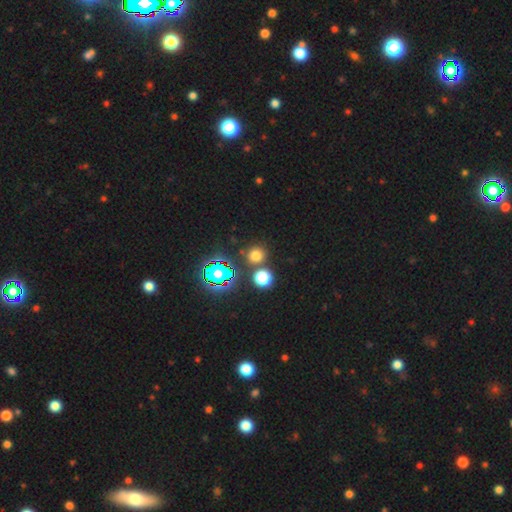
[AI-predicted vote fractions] Q: Smooth or featured?
A: smooth (66%); runner-up: star or artifact (27%)
Q: How rounded?
A: round (90%); runner-up: in between (9%)
Q: Merging?
A: none (80%); runner-up: merger (11%)